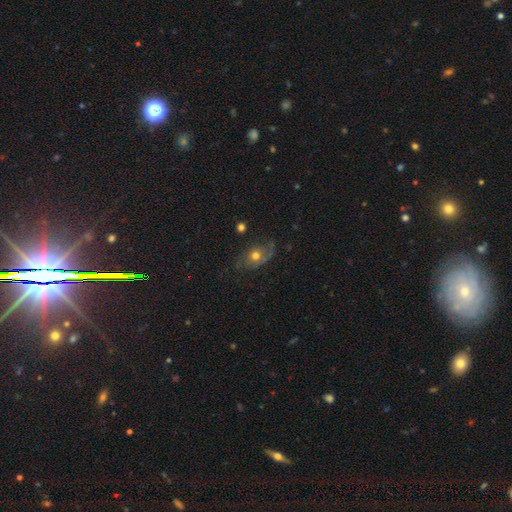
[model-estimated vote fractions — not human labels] Morphology: type=smooth (46%); merging=none (56%).